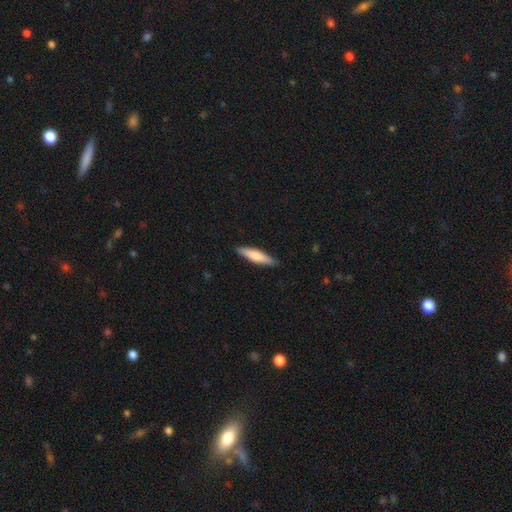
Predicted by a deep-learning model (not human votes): This is likely a smooth galaxy (68%). How rounded: likely cigar-shaped (80%). Merging: clearly none (89%).